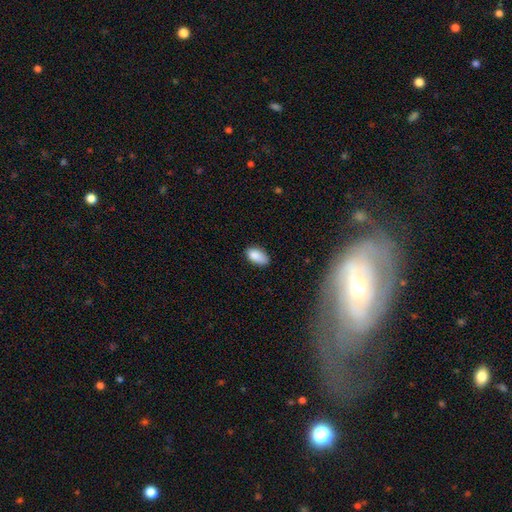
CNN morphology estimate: This is clearly a smooth galaxy (87%). How rounded: clearly in between (94%). Merging: likely none (73%).